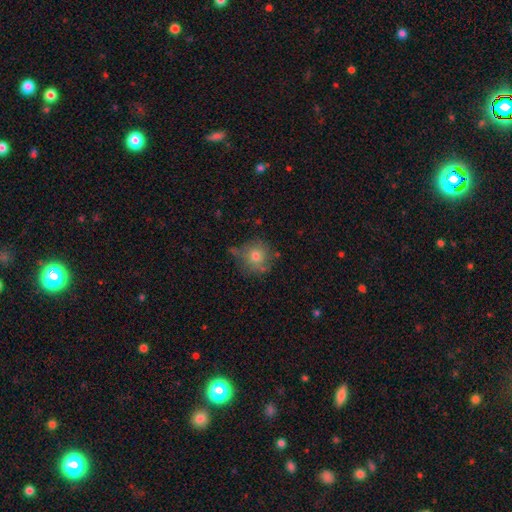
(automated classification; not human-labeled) This appears to be a smooth galaxy with no disk features (69%) that is round (89%). Merging: none (61%).